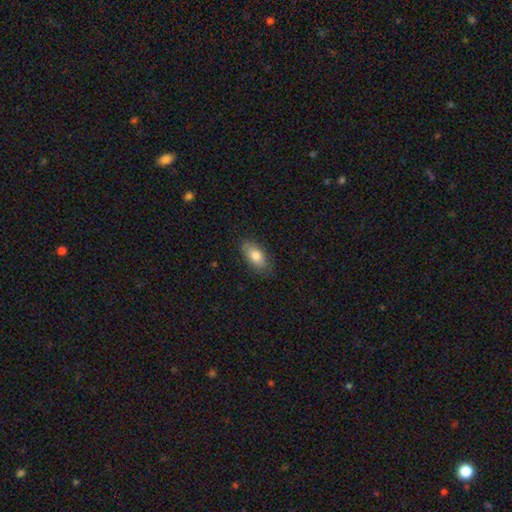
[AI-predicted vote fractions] smooth_or_featured: smooth (p=0.79) [alt: featured or disk p=0.14]
how_rounded: in between (p=0.90) [alt: cigar-shaped p=0.06]
merging: none (p=0.79) [alt: minor disturbance p=0.17]